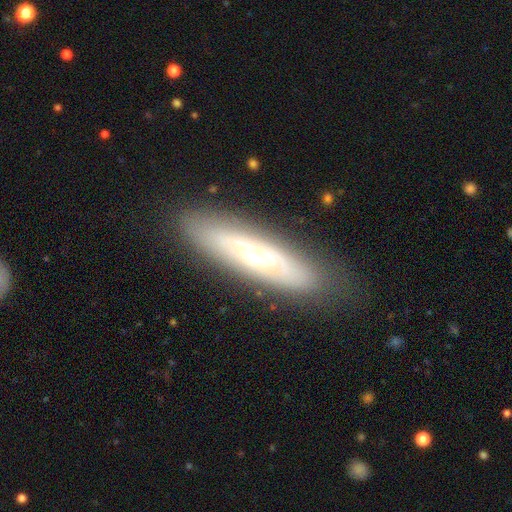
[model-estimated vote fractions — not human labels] Smooth or featured: featured or disk — 62% (smooth — 31%)
Edge-on disk: no — 57% (yes — 43%)
Merging: none — 82% (minor disturbance — 13%)